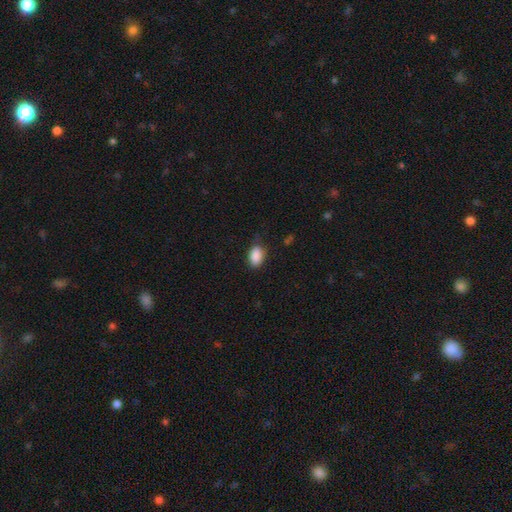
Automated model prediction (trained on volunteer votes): Smooth or featured: smooth — 89% (star or artifact — 8%)
How rounded: in between — 87% (round — 11%)
Merging: none — 76% (minor disturbance — 19%)